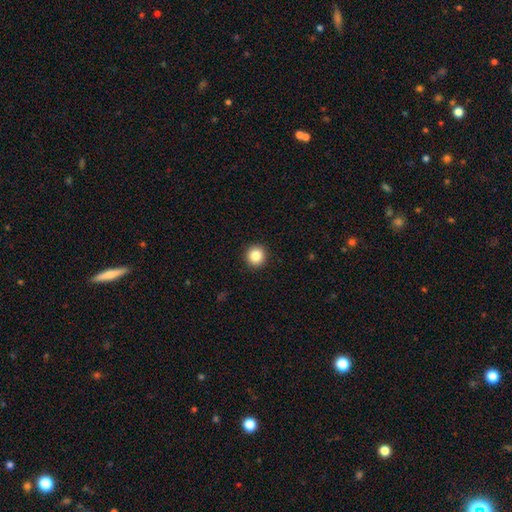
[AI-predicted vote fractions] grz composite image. It shows a smooth galaxy with no disk features (85%) that is round (94%). Merging: none (93%).